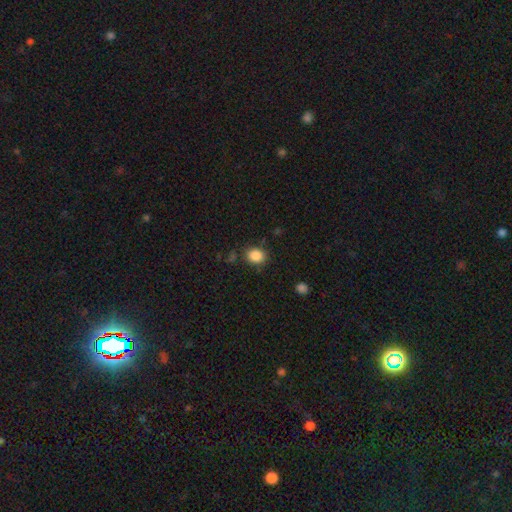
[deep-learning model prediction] Morphology: type=smooth (86%); roundness=round (61%); merging=none (82%).